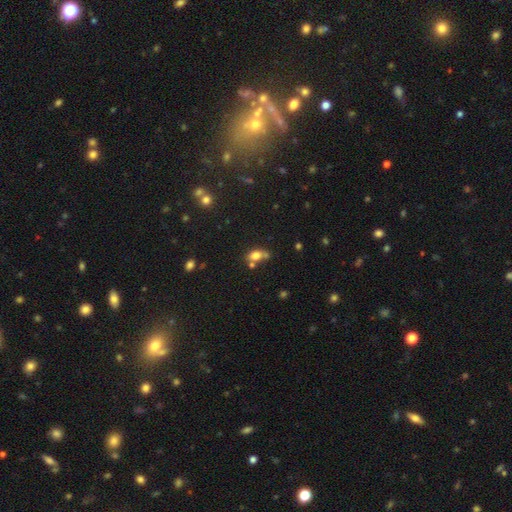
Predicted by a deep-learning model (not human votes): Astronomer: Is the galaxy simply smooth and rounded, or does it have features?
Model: smooth — 74%.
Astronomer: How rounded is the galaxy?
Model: in between — 72%.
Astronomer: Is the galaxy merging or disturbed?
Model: none — 43% (runner-up: merger, 31%).